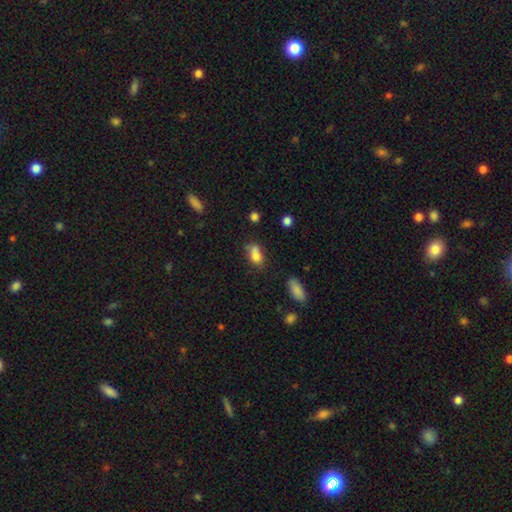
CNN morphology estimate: Smooth or featured? smooth (76%)
How rounded? in between (81%)
Merging? none (41%)